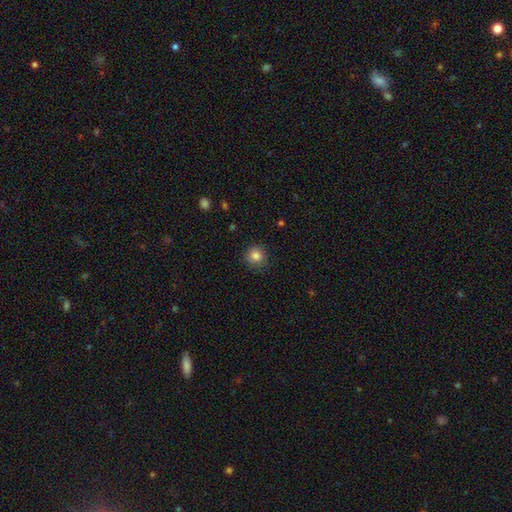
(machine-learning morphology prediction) smooth_or_featured: smooth (p=0.84) [alt: star or artifact p=0.10]
how_rounded: round (p=0.89) [alt: in between p=0.10]
merging: none (p=0.84) [alt: minor disturbance p=0.12]